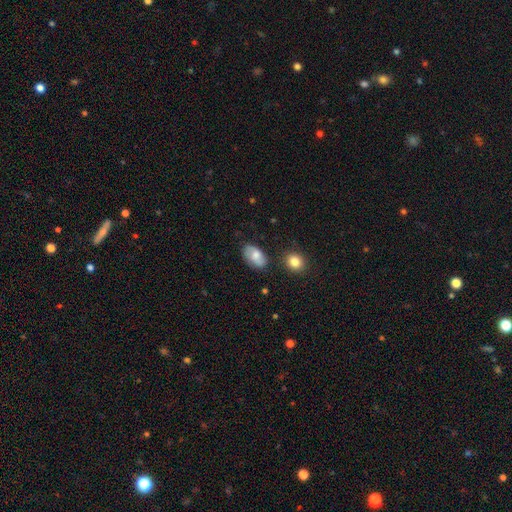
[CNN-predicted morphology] smooth 69%, featured or disk 23%, star or artifact 7%. Down the decision tree: how rounded — in between (92%); merging — none (73%).